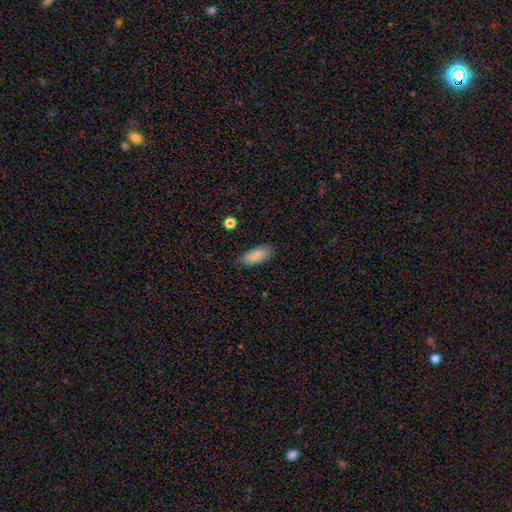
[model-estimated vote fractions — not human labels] The model was most divided on "how rounded": in between: 84%, cigar-shaped: 14%, round: 2%. More confident: smooth or featured — smooth (86%); merging — none (85%).